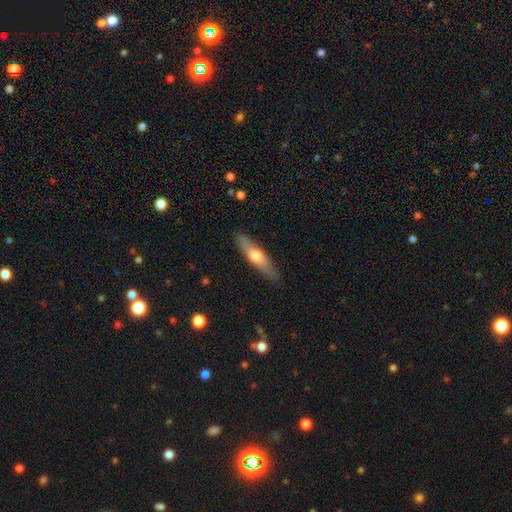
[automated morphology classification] Smooth or featured? smooth (50%)
How rounded? cigar-shaped (74%)
Merging? none (83%)